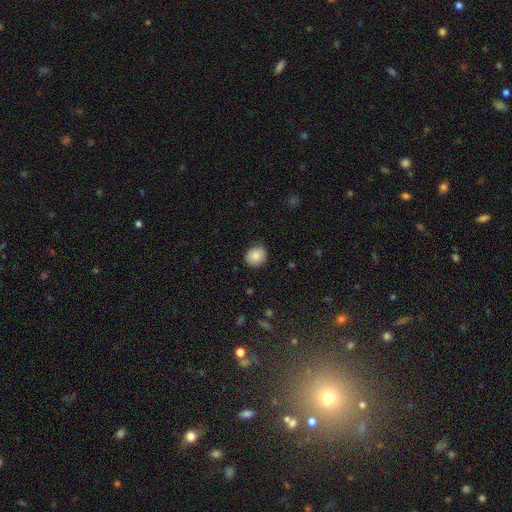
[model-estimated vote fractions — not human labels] Overall: smooth (83%). How rounded: round (71%). Merging: none (83%).